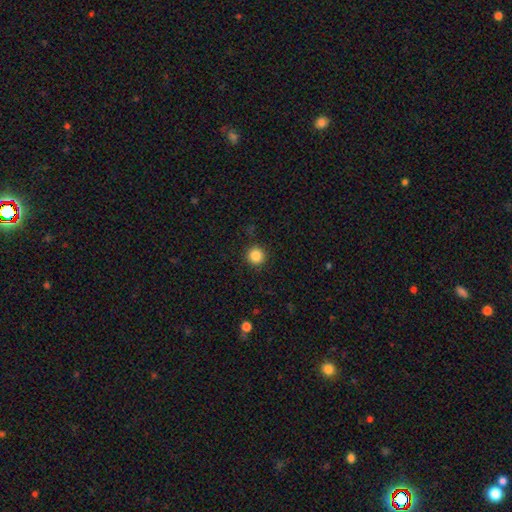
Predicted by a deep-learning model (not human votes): Smooth or featured?
  - smooth: 85% *
  - star or artifact: 11%
  - featured or disk: 4%
How rounded?
  - round: 95% *
  - in between: 4%
  - cigar-shaped: 1%
Merging?
  - none: 92% *
  - minor disturbance: 5%
  - major disturbance: 2%
  - merger: 1%